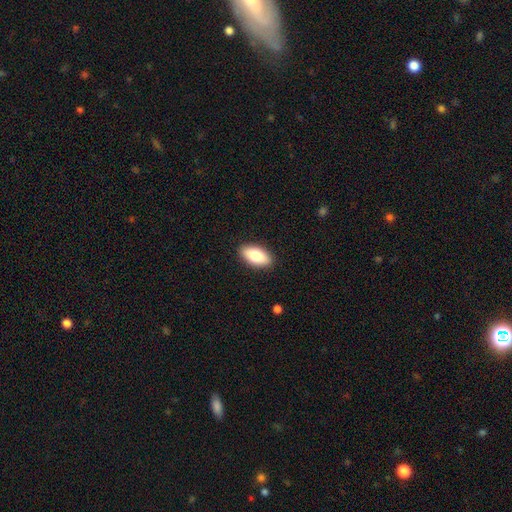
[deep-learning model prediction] smooth 81%, featured or disk 13%, star or artifact 6%. Down the decision tree: how rounded — in between (90%); merging — none (90%).